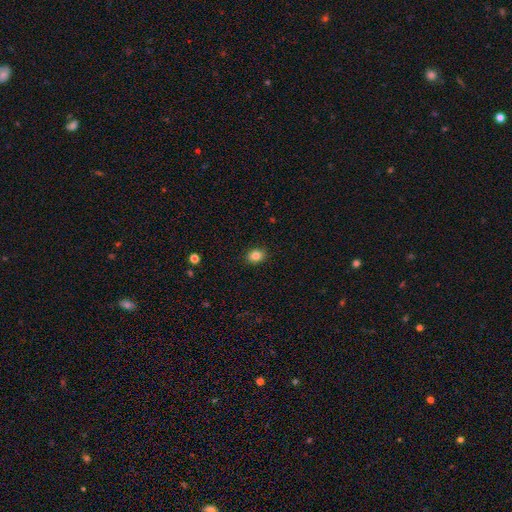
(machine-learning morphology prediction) Smooth or featured? smooth (85%)
How rounded? in between (53%)
Merging? none (89%)